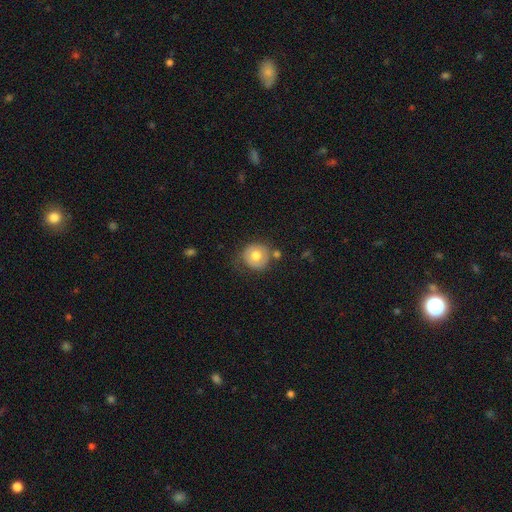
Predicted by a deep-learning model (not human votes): Morphology: type=smooth (69%); roundness=round (90%); merging=none (67%).